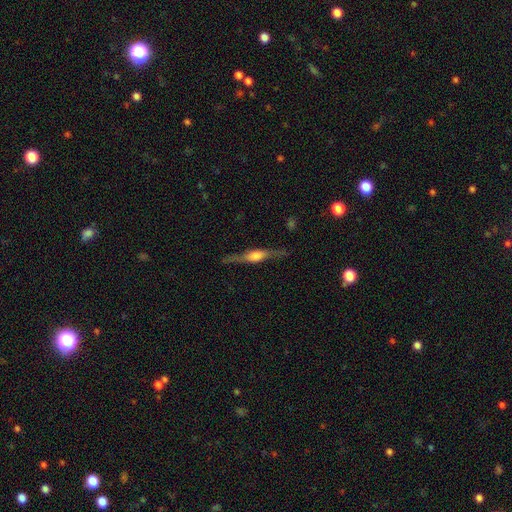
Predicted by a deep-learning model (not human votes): A featured or disk galaxy (75%) viewed edge-on (96%) with a rounded central bulge (77%).

Vote fractions:
- Smooth or featured? featured or disk: 75% / smooth: 20% / star or artifact: 6%
- Edge-on disk? yes: 96% / no: 4%
- Edge-on bulge? rounded: 77% / boxy: 19% / none: 4%
- Merging? none: 84% / minor disturbance: 12% / major disturbance: 3% / merger: 1%